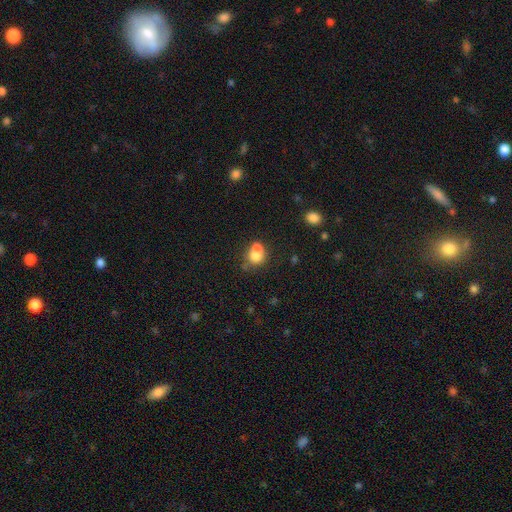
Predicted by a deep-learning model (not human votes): smooth 71%, featured or disk 18%, star or artifact 11%. Down the decision tree: how rounded — round (70%); merging — merger (60%).